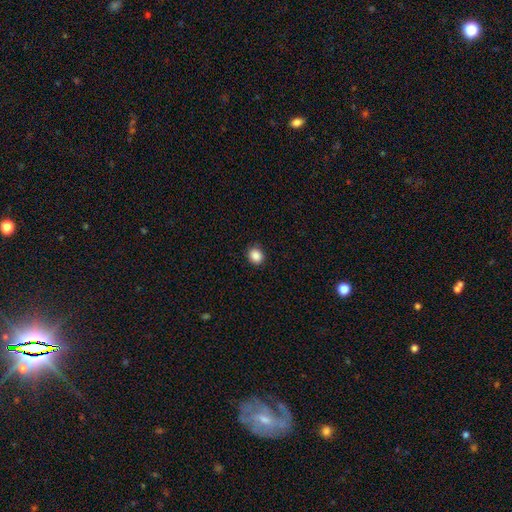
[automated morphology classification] A smooth galaxy with no disk features (87%) that is round (72%).

Vote fractions:
- Smooth or featured? smooth: 87% / star or artifact: 10% / featured or disk: 3%
- How rounded? round: 72% / in between: 28% / cigar-shaped: 1%
- Merging? none: 88% / minor disturbance: 9% / major disturbance: 2% / merger: 1%